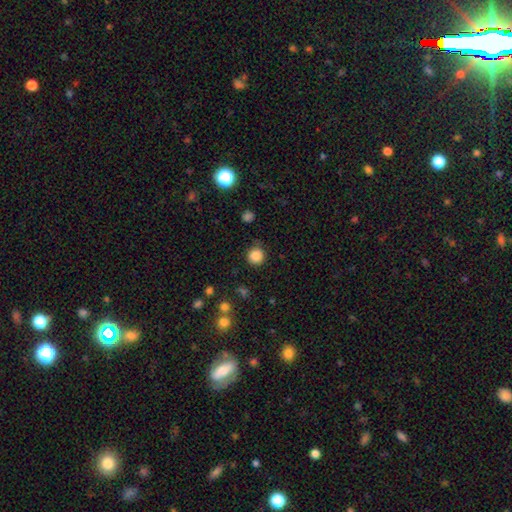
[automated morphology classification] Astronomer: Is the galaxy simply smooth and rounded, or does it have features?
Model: smooth — 86%.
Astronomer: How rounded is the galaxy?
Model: round — 94%.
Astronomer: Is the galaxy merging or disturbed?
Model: none — 85%.